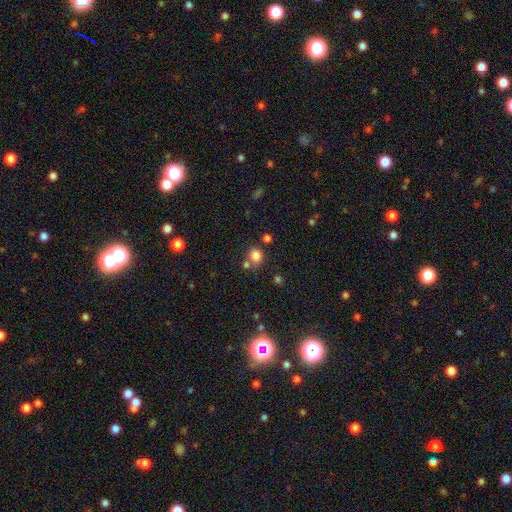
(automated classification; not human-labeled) A smooth galaxy with no disk features (81%) that is round (66%).

Vote fractions:
- Smooth or featured? smooth: 81% / star or artifact: 13% / featured or disk: 6%
- How rounded? round: 66% / in between: 33% / cigar-shaped: 1%
- Merging? none: 61% / merger: 22% / minor disturbance: 12% / major disturbance: 4%